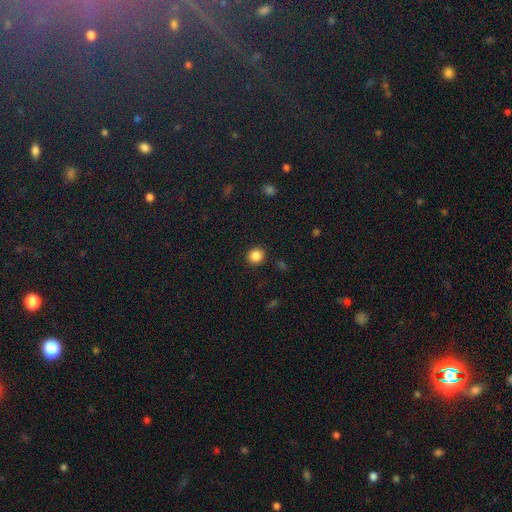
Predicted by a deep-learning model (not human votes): Smooth or featured? Predicted: smooth (p=0.86). How rounded? Predicted: round (p=0.86). Merging? Predicted: none (p=0.91).